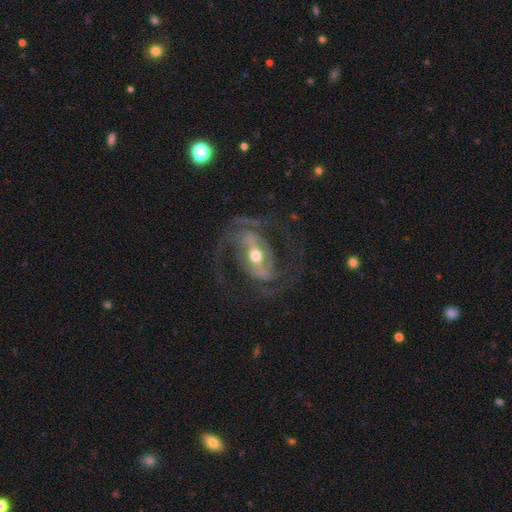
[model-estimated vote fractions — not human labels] Overall: featured or disk (89%). Edge-on disk: no (96%). Bar: strong (50%; weak 32%). Spiral arms: yes (94%). Spiral arm count: 2 (80%). Spiral winding: medium (54%; loose 26%). Bulge size: moderate (73%). Merging: none (68%).